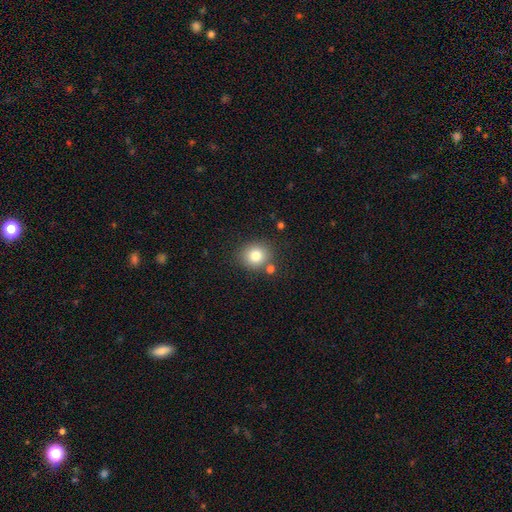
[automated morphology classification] Smooth or featured? Predicted: smooth (p=0.80). How rounded? Predicted: round (p=0.82). Merging? Predicted: none (p=0.79).